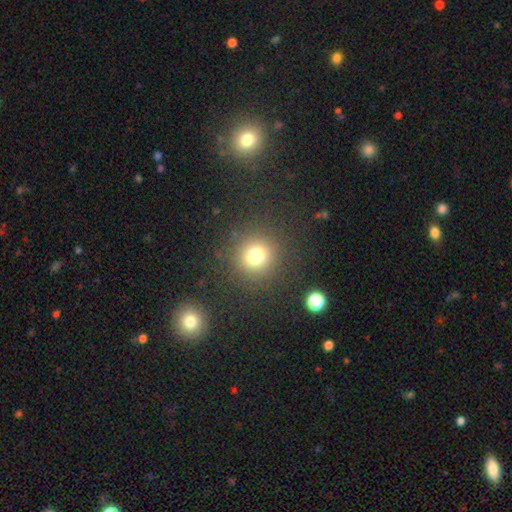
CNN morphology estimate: Smooth or featured: smooth — 75% (star or artifact — 17%)
How rounded: round — 93% (in between — 6%)
Merging: none — 88% (minor disturbance — 7%)